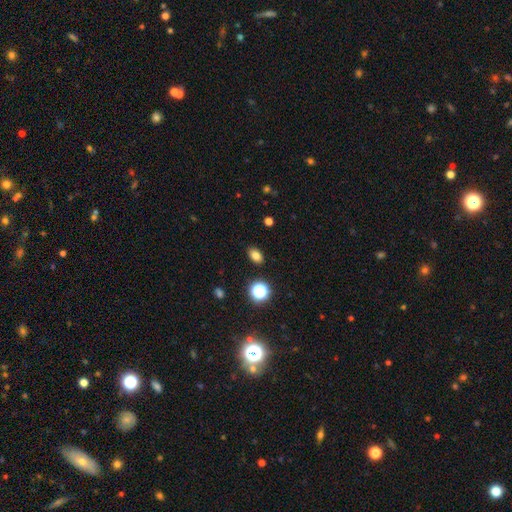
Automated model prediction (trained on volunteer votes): Overall: smooth (80%). How rounded: in between (82%). Merging: none (88%).